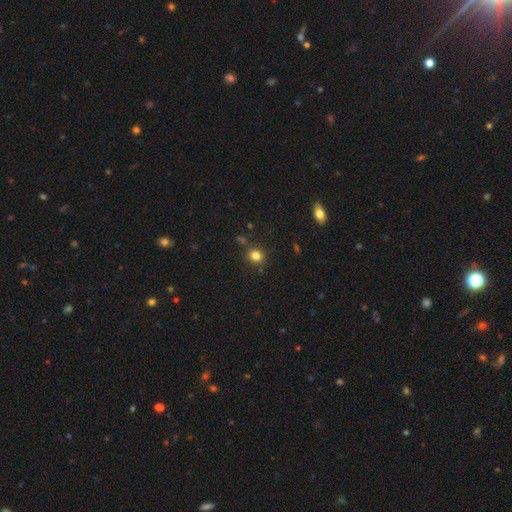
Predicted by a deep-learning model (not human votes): The model was most divided on "how rounded": round: 80%, in between: 19%, cigar-shaped: 1%. More confident: merging — none (84%); smooth or featured — smooth (81%).